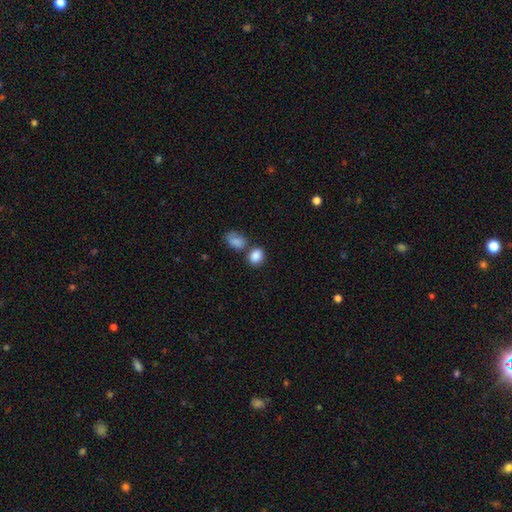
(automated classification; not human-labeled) The model was most divided on "how rounded": in between: 52%, round: 47%, cigar-shaped: 1%. More confident: smooth or featured — smooth (87%); merging — none (58%).